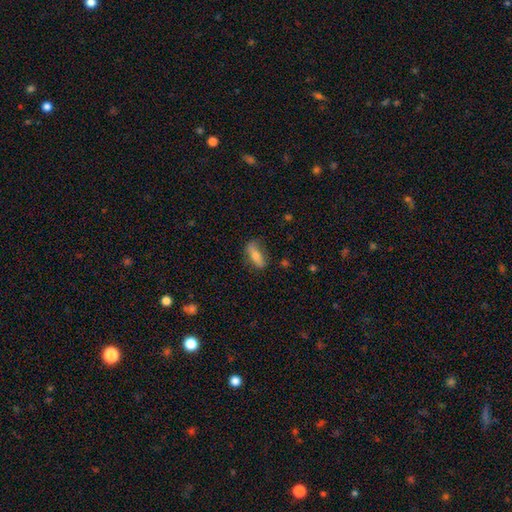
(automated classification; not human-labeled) Smooth or featured?
  - smooth: 67% *
  - featured or disk: 26%
  - star or artifact: 8%
How rounded?
  - in between: 56% *
  - cigar-shaped: 40%
  - round: 3%
Merging?
  - none: 76% *
  - minor disturbance: 18%
  - major disturbance: 4%
  - merger: 2%